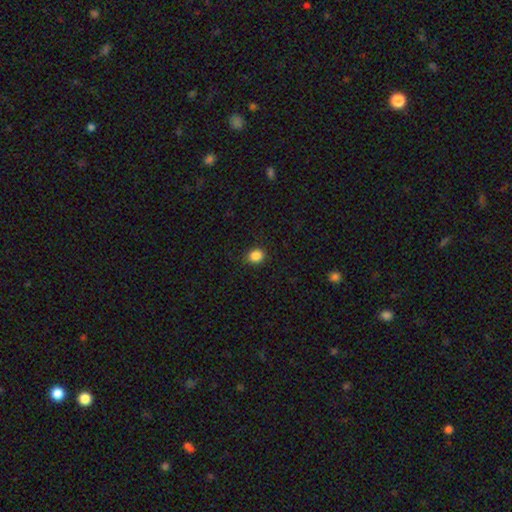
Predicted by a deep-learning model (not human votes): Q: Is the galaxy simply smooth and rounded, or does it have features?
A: smooth — 86%.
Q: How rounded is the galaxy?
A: round — 63%.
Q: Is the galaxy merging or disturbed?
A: none — 88%.